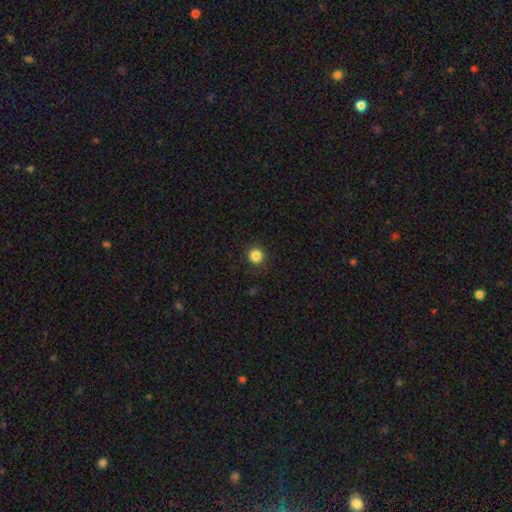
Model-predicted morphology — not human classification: This is clearly a smooth galaxy (85%). How rounded: clearly round (93%). Merging: clearly none (90%).